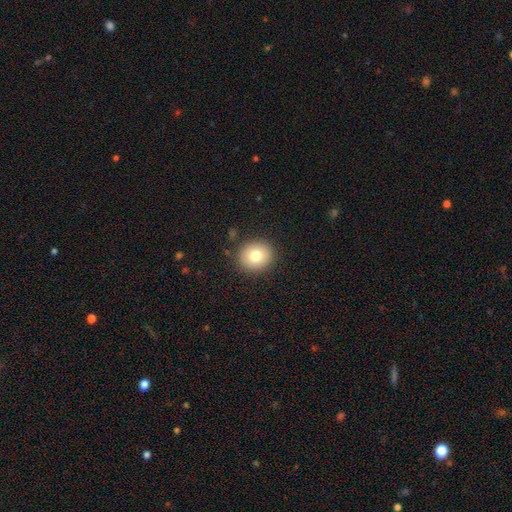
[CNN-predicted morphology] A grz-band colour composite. It shows a smooth galaxy with no disk features (77%) that is round (82%). Merging: none (88%).